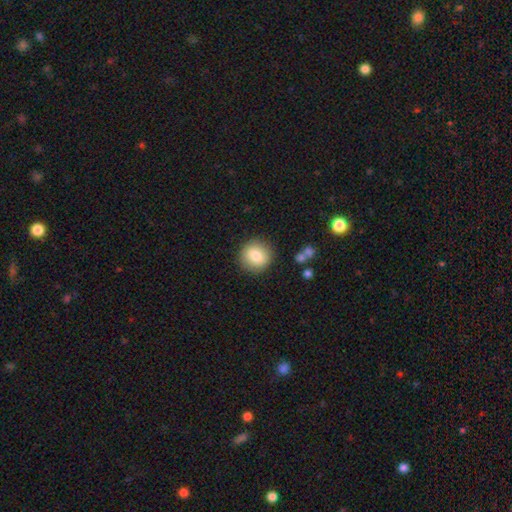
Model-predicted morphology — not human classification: Smooth or featured: smooth — 82% (featured or disk — 10%)
How rounded: round — 90% (in between — 9%)
Merging: none — 88% (minor disturbance — 8%)